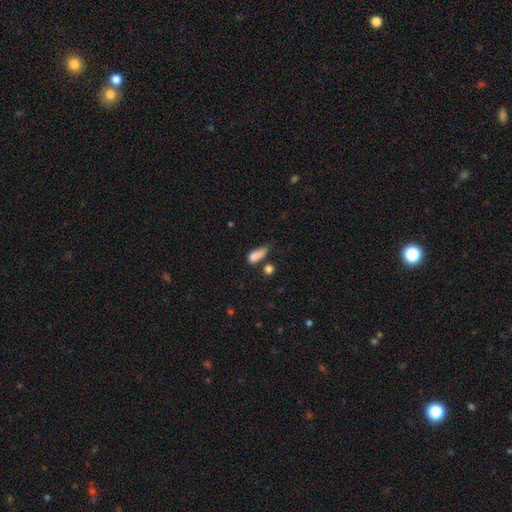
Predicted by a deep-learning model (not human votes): Smooth or featured?
  - smooth: 82% *
  - star or artifact: 10%
  - featured or disk: 8%
How rounded?
  - in between: 76% *
  - cigar-shaped: 15%
  - round: 8%
Merging?
  - minor disturbance: 35% *
  - none: 33%
  - major disturbance: 18%
  - merger: 14%